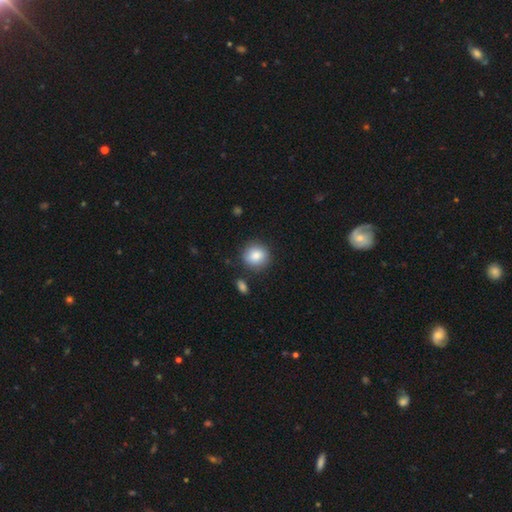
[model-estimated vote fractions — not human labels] smooth 85%, star or artifact 8%, featured or disk 7%. Down the decision tree: how rounded — round (87%); merging — none (84%).